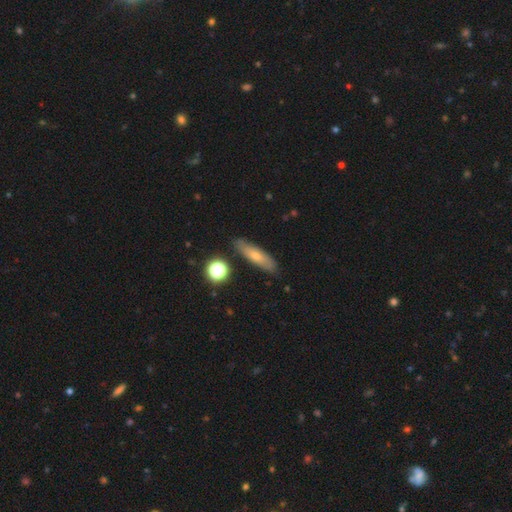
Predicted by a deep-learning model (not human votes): A smooth galaxy with no disk features (60%) that is cigar-shaped (62%). Merging: none (83%).